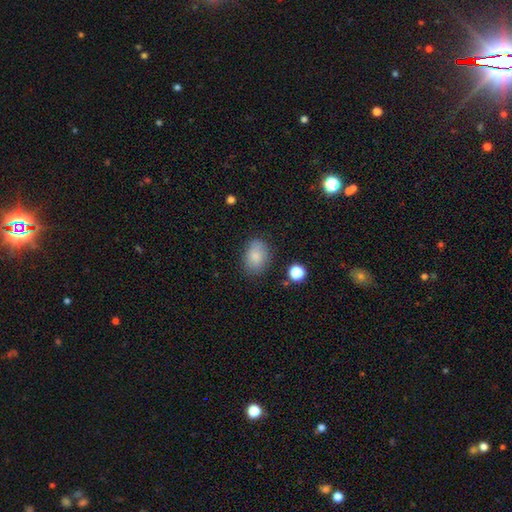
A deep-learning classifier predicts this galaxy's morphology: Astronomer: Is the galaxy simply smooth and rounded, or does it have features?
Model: smooth — 84%.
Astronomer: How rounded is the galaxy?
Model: in between — 77%.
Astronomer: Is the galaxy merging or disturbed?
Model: none — 77%.